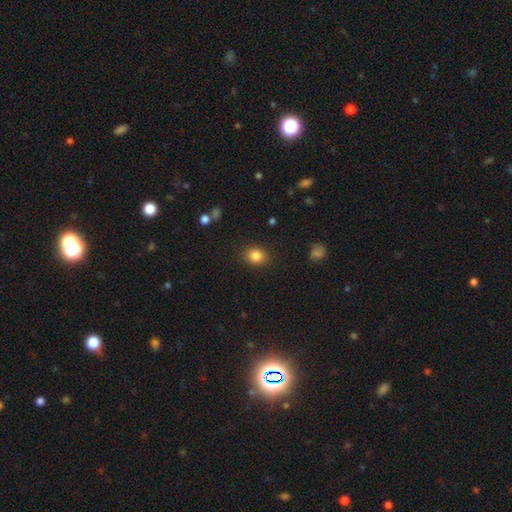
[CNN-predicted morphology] The model was most divided on "how rounded": round: 66%, in between: 33%, cigar-shaped: 1%. More confident: merging — none (87%); smooth or featured — smooth (84%).